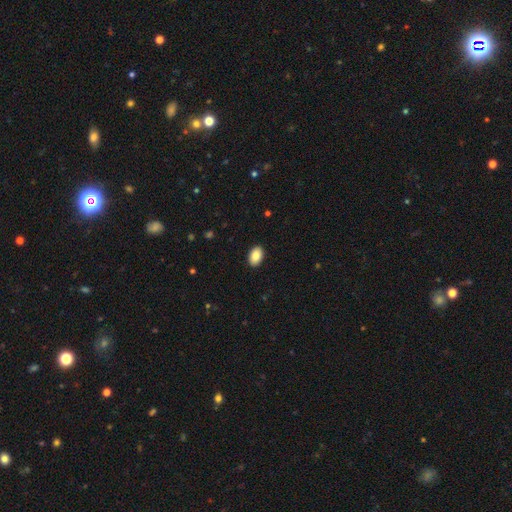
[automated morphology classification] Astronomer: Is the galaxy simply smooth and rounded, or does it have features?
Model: smooth — 87%.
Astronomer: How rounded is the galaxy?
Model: in between — 91%.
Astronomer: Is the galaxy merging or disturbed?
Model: none — 91%.